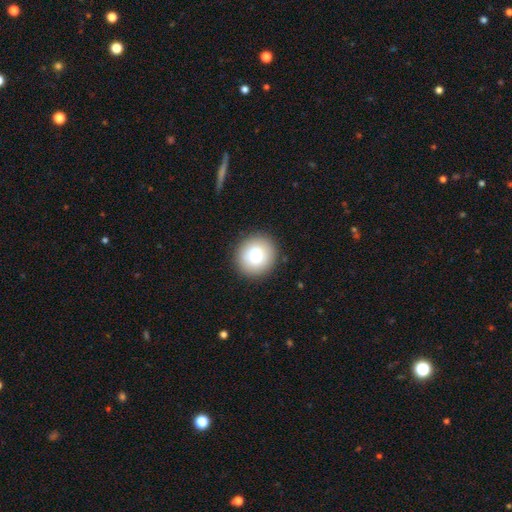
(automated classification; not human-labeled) smooth_or_featured: smooth (p=0.79) [alt: featured or disk p=0.12]
how_rounded: round (p=0.92) [alt: in between p=0.07]
merging: none (p=0.91) [alt: minor disturbance p=0.06]